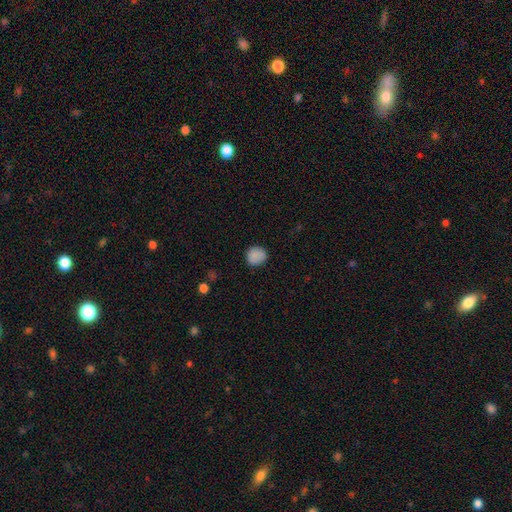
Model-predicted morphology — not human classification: Smooth or featured? smooth (87%)
How rounded? round (88%)
Merging? none (86%)